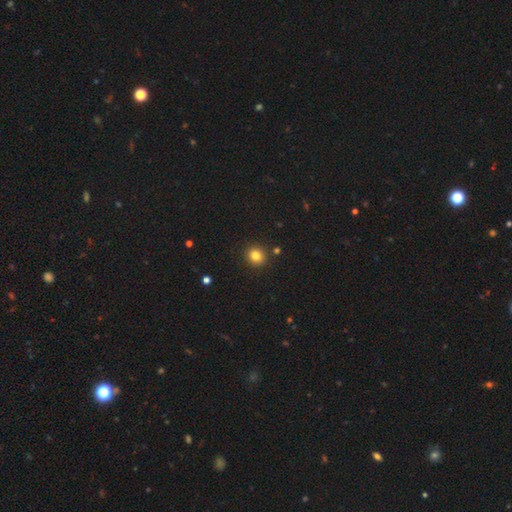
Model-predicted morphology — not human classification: Overall: smooth (82%). How rounded: round (86%). Merging: none (89%).